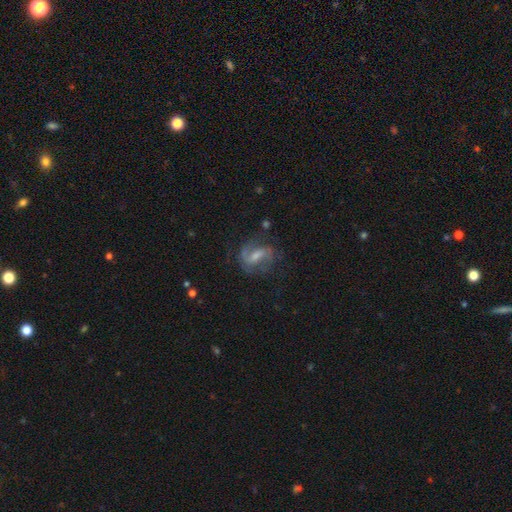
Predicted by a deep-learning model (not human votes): Smooth or featured? Predicted: featured or disk (p=0.74). Edge-on disk? Predicted: no (p=0.96). Bar? Predicted: weak (p=0.48). Spiral arms? Predicted: yes (p=0.89). Spiral winding? Predicted: medium (p=0.46). Spiral arm count? Predicted: 2 (p=0.74). Bulge size? Predicted: moderate (p=0.37, tied with small). Merging? Predicted: none (p=0.61).